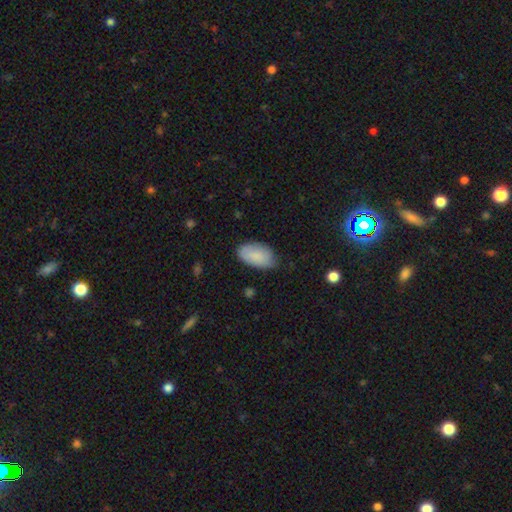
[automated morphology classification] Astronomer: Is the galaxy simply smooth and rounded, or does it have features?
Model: smooth — 86%.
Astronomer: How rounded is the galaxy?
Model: in between — 95%.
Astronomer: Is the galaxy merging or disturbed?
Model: none — 72%.